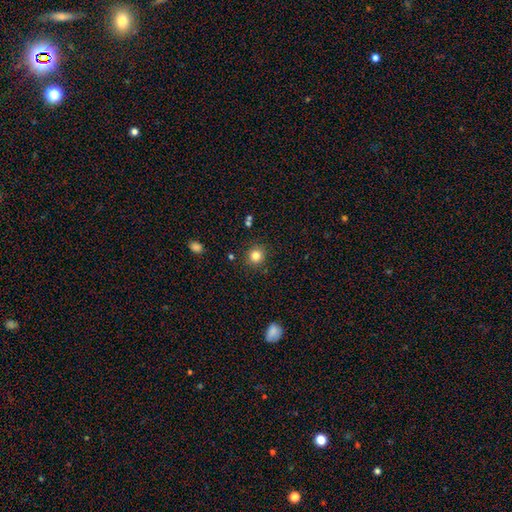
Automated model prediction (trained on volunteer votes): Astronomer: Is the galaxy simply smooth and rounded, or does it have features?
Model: smooth — 82%.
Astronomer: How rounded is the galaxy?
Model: round — 90%.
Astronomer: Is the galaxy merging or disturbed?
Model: none — 88%.